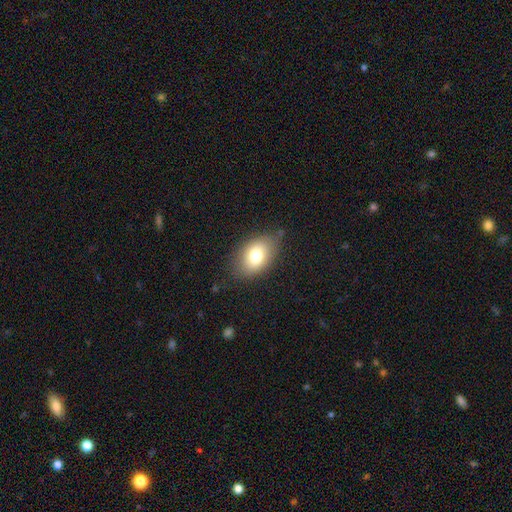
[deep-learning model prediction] This appears to be a smooth galaxy with no disk features (77%) that is in between round and cigar-shaped (86%). Merging: none (74%).